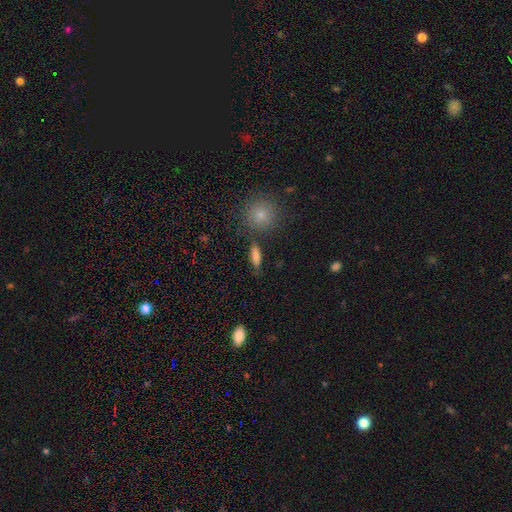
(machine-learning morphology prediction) Q: Smooth or featured?
A: smooth (80%); runner-up: star or artifact (11%)
Q: How rounded?
A: in between (64%); runner-up: cigar-shaped (29%)
Q: Merging?
A: none (76%); runner-up: minor disturbance (13%)